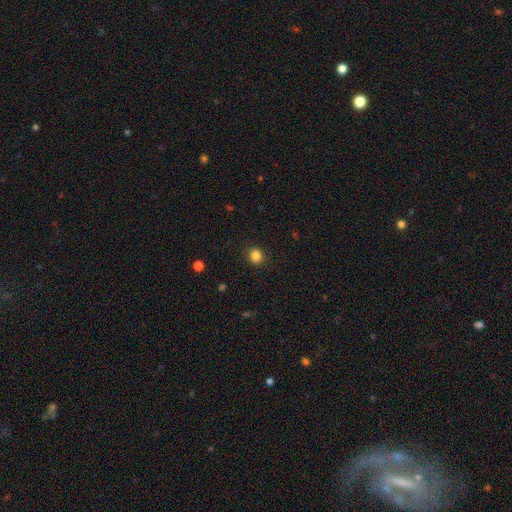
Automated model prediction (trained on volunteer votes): smooth_or_featured: smooth (p=0.85) [alt: star or artifact p=0.11]
how_rounded: round (p=0.78) [alt: in between p=0.21]
merging: none (p=0.89) [alt: minor disturbance p=0.07]